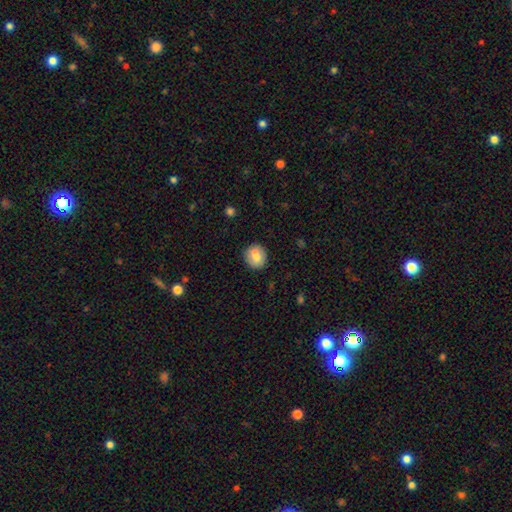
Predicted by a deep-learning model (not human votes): smooth_or_featured: smooth (p=0.73) [alt: featured or disk p=0.20]
how_rounded: round (p=0.68) [alt: in between p=0.31]
merging: none (p=0.85) [alt: minor disturbance p=0.10]